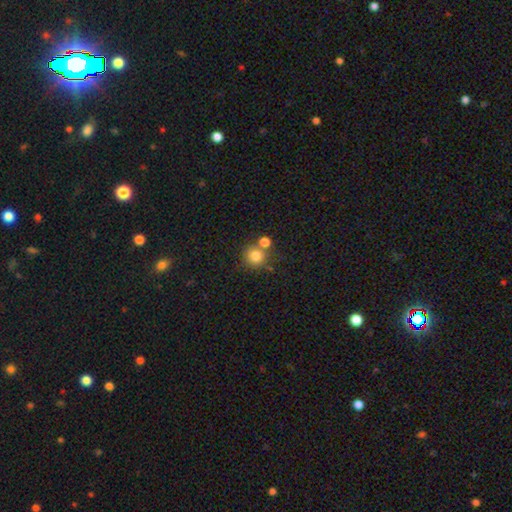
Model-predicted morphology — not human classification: Smooth or featured? Predicted: smooth (p=0.80). How rounded? Predicted: round (p=0.92). Merging? Predicted: none (p=0.66).